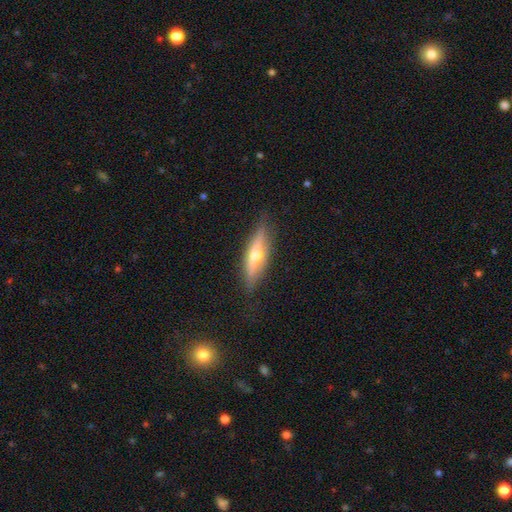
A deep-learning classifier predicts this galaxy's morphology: A featured or disk galaxy (65%) viewed edge-on (91%) with a rounded central bulge (91%).

Vote fractions:
- Smooth or featured? featured or disk: 65% / smooth: 29% / star or artifact: 6%
- Edge-on disk? yes: 91% / no: 9%
- Edge-on bulge? rounded: 91% / none: 5% / boxy: 4%
- Merging? none: 85% / minor disturbance: 11% / major disturbance: 3% / merger: 1%